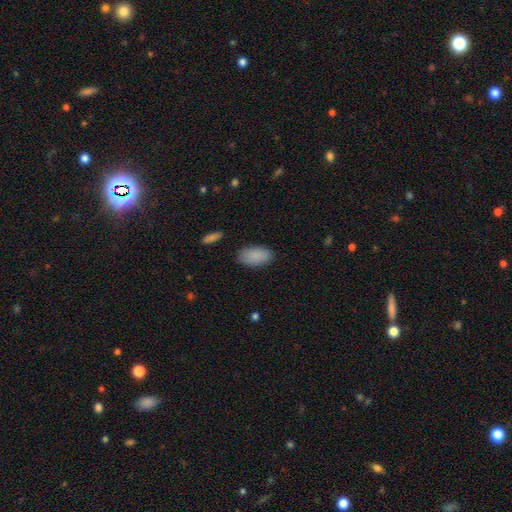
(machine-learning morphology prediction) smooth_or_featured: smooth (p=0.89) [alt: star or artifact p=0.06]
how_rounded: in between (p=0.94) [alt: round p=0.03]
merging: none (p=0.87) [alt: minor disturbance p=0.10]